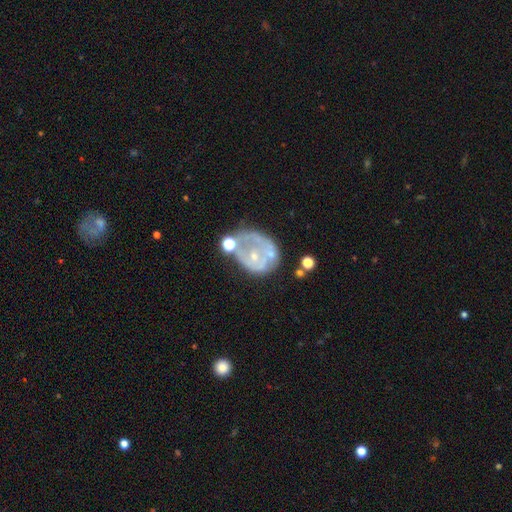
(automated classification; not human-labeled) smooth_or_featured: featured or disk (p=0.62) [alt: smooth p=0.27]
disk_edge_on: no (p=0.98) [alt: yes p=0.02]
bar: no (p=0.85) [alt: weak p=0.12]
has_spiral_arms: no (p=0.71) [alt: yes p=0.29]
bulge_size: small (p=0.60) [alt: moderate p=0.21]
merging: none (p=0.33) [alt: major disturbance p=0.27]